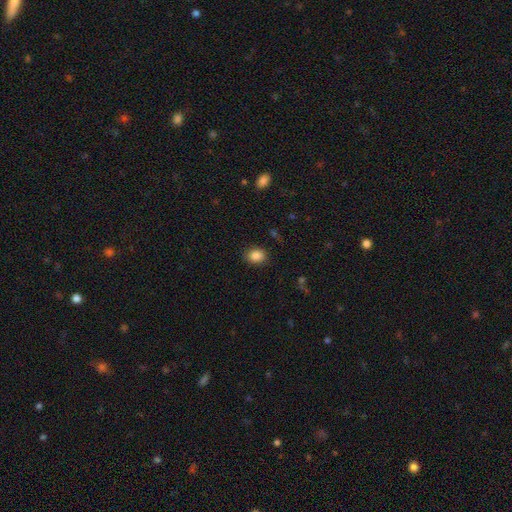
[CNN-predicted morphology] Overall: smooth (86%). How rounded: in between (52%; round 47%). Merging: none (87%).